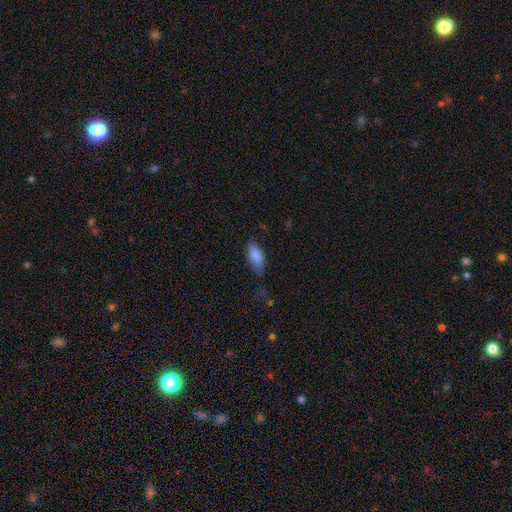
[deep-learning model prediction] A smooth galaxy with no disk features (82%) that is in between round and cigar-shaped (79%). Merging: none (58%).